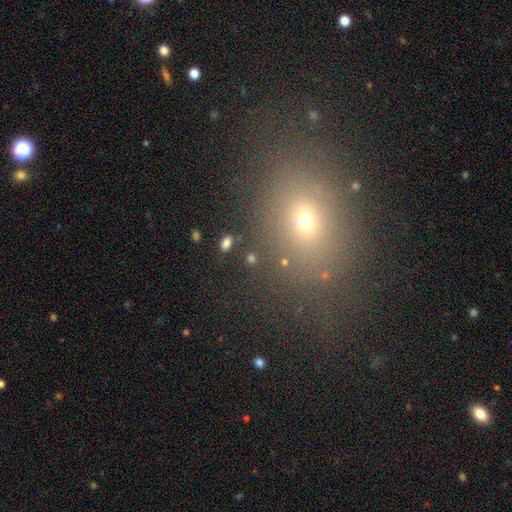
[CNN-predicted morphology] smooth-or-featured: smooth: 59% | star or artifact: 28% | featured or disk: 13%
  how-rounded: in between: 59% | round: 39% | cigar-shaped: 2%
  merging: none: 78% | minor disturbance: 12% | major disturbance: 7% | merger: 4%